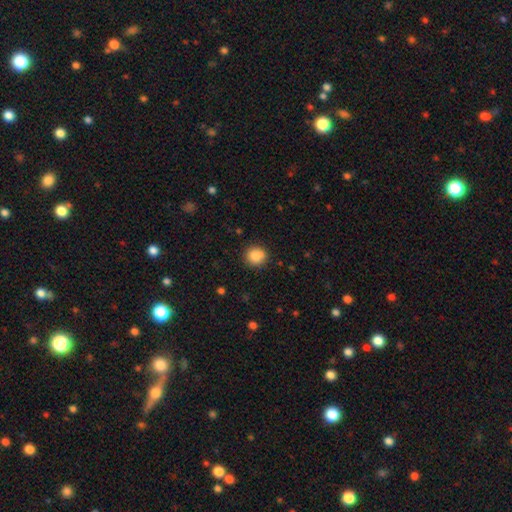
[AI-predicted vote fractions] This appears to be a smooth galaxy with no disk features (83%) that is round (87%). Merging: none (76%).